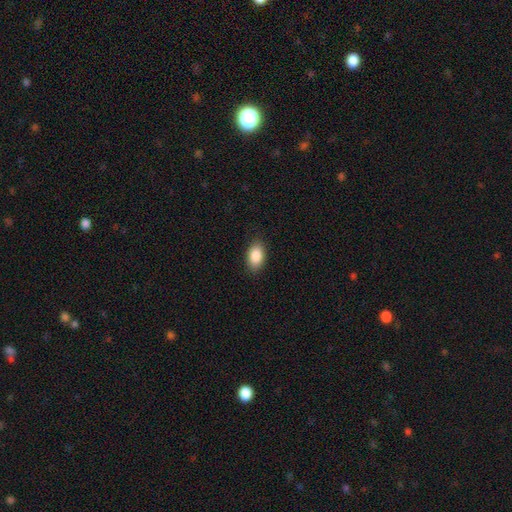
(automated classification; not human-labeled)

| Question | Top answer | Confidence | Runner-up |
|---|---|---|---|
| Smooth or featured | smooth | 88% | star or artifact (7%) |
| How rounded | in between | 91% | round (7%) |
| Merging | none | 88% | minor disturbance (9%) |